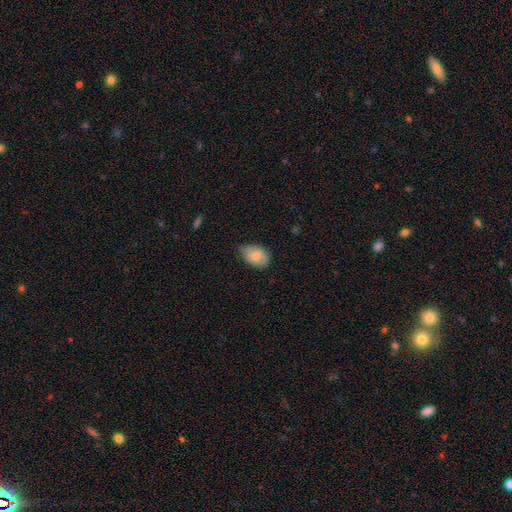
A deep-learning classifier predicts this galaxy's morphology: Q: Smooth or featured?
A: smooth (75%); runner-up: featured or disk (18%)
Q: How rounded?
A: in between (80%); runner-up: round (19%)
Q: Merging?
A: none (57%); runner-up: minor disturbance (36%)